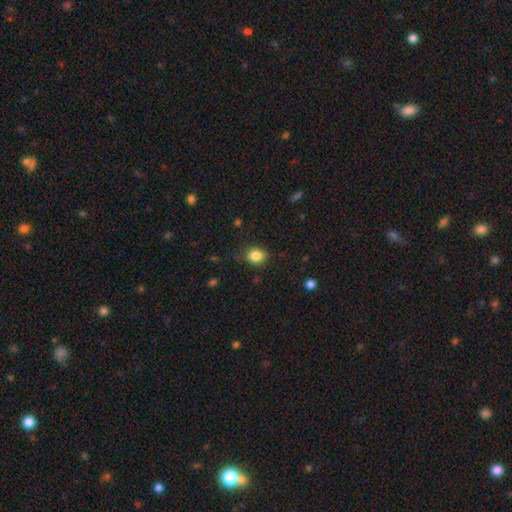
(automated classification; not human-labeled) A smooth galaxy with no disk features (84%) that is round (60%).

Vote fractions:
- Smooth or featured? smooth: 84% / star or artifact: 10% / featured or disk: 6%
- How rounded? round: 60% / in between: 39% / cigar-shaped: 1%
- Merging? none: 78% / minor disturbance: 17% / major disturbance: 4% / merger: 1%